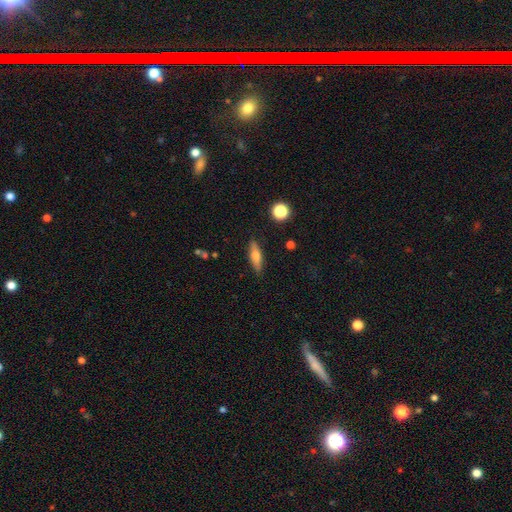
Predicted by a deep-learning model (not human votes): smooth-or-featured: smooth: 52% | featured or disk: 41% | star or artifact: 7%
  how-rounded: cigar-shaped: 62% | in between: 35% | round: 4%
  merging: none: 87% | minor disturbance: 9% | major disturbance: 2% | merger: 2%